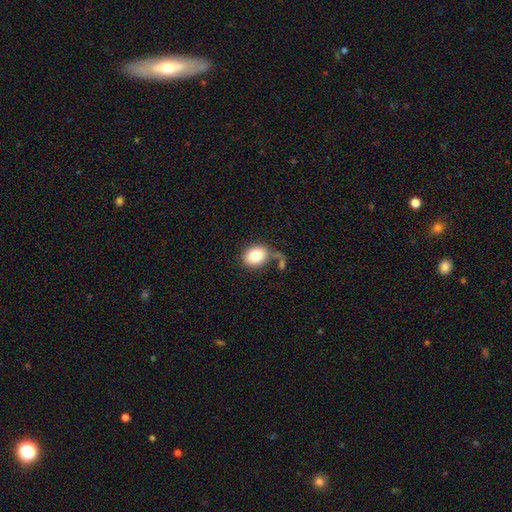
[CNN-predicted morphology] The model was most divided on "how rounded": round: 50%, in between: 49%, cigar-shaped: 1%. More confident: smooth or featured — smooth (82%); merging — none (59%).